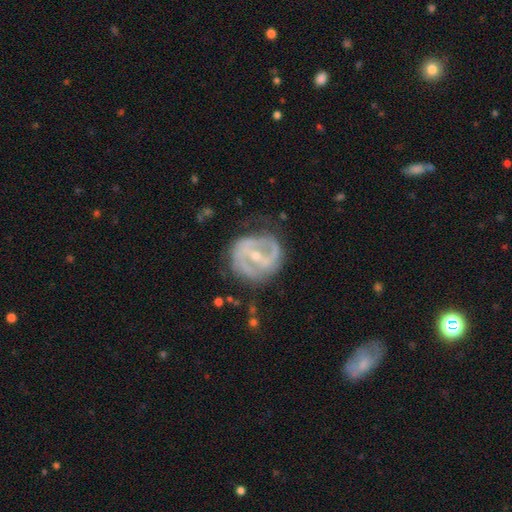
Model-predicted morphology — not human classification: Q: Smooth or featured?
A: featured or disk (82%); runner-up: smooth (12%)
Q: Edge-on disk?
A: no (96%); runner-up: yes (4%)
Q: Bar?
A: strong (51%); runner-up: weak (34%)
Q: Spiral arms?
A: yes (78%); runner-up: no (22%)
Q: Spiral winding?
A: medium (42%); runner-up: tight (38%)
Q: Spiral arm count?
A: 2 (66%); runner-up: can't tell (19%)
Q: Bulge size?
A: small (60%); runner-up: moderate (37%)
Q: Merging?
A: none (60%); runner-up: minor disturbance (24%)